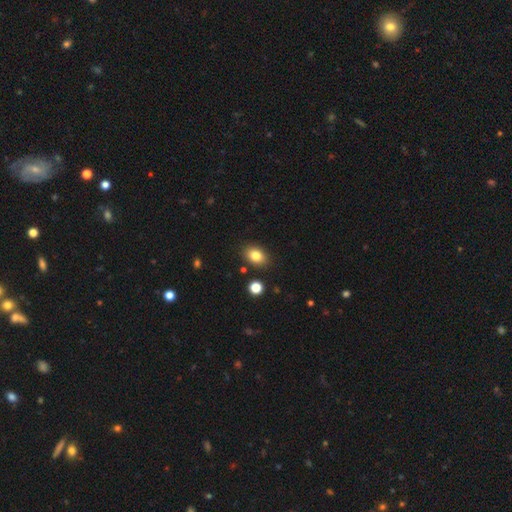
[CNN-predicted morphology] Q: Smooth or featured?
A: smooth (82%); runner-up: star or artifact (10%)
Q: How rounded?
A: in between (74%); runner-up: round (25%)
Q: Merging?
A: none (85%); runner-up: minor disturbance (9%)